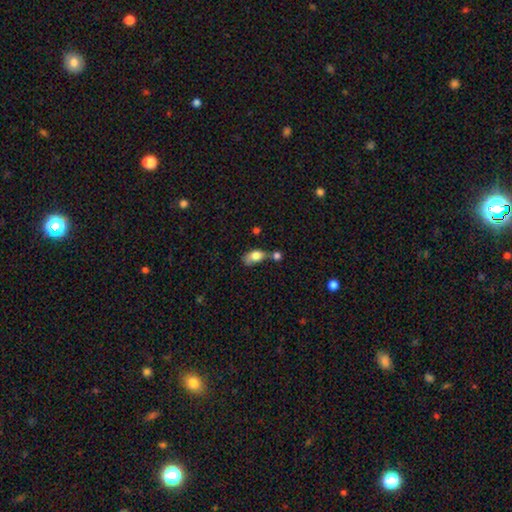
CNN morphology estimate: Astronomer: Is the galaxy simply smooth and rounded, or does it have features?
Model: smooth — 79%.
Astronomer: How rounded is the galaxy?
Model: in between — 86%.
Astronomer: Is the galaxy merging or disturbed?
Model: merger — 35% (runner-up: none, 30%).